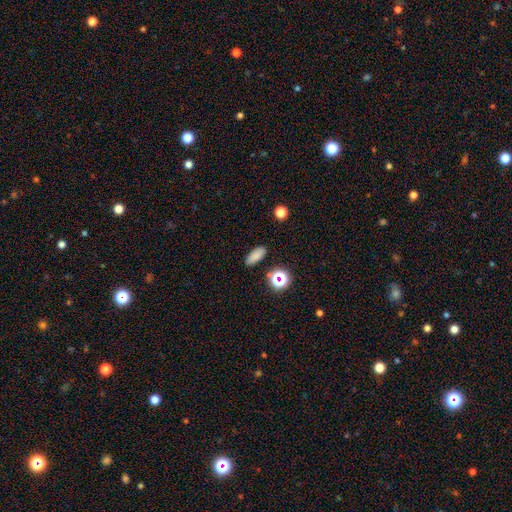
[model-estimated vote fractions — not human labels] smooth_or_featured: smooth (p=0.81) [alt: star or artifact p=0.14]
how_rounded: in between (p=0.76) [alt: cigar-shaped p=0.17]
merging: none (p=0.87) [alt: minor disturbance p=0.08]